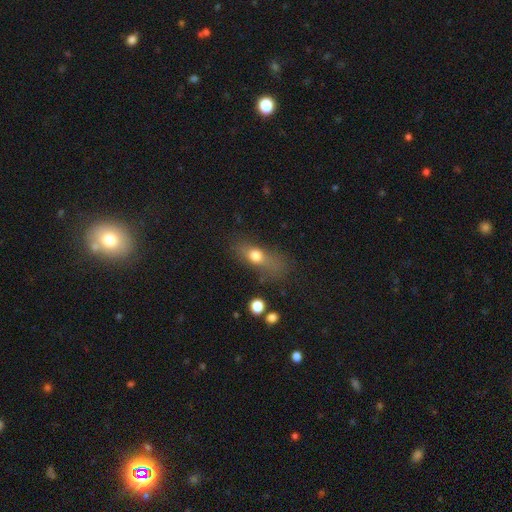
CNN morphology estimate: This is likely a smooth galaxy (68%). How rounded: possibly in between (58%). Merging: possibly none (49%).